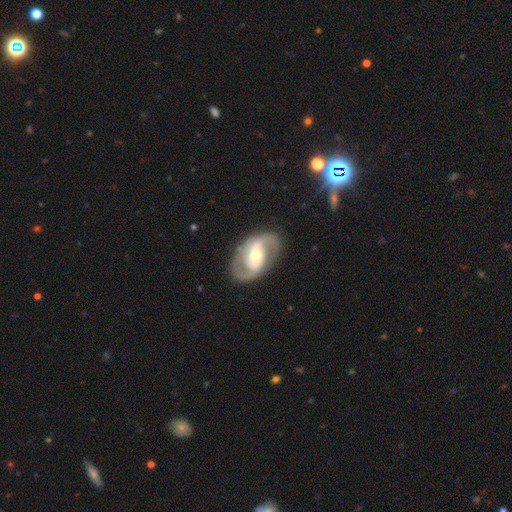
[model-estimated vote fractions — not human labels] Smooth or featured?
  - featured or disk: 87% *
  - smooth: 9%
  - star or artifact: 4%
Edge-on disk?
  - no: 97% *
  - yes: 3%
Bar?
  - no: 40% *
  - weak: 37%
  - strong: 23%
Spiral arms?
  - yes: 94% *
  - no: 6%
Spiral winding?
  - medium: 52% *
  - loose: 25%
  - tight: 23%
Spiral arm count?
  - 2: 91% *
  - can't tell: 4%
  - 1: 2%
  - 3: 2%
  - 4: 1%
  - more than 4: 1%
Bulge size?
  - moderate: 61% *
  - small: 32%
  - large: 6%
  - dominant: 1%
  - none: 1%
Merging?
  - none: 82% *
  - minor disturbance: 12%
  - major disturbance: 5%
  - merger: 1%